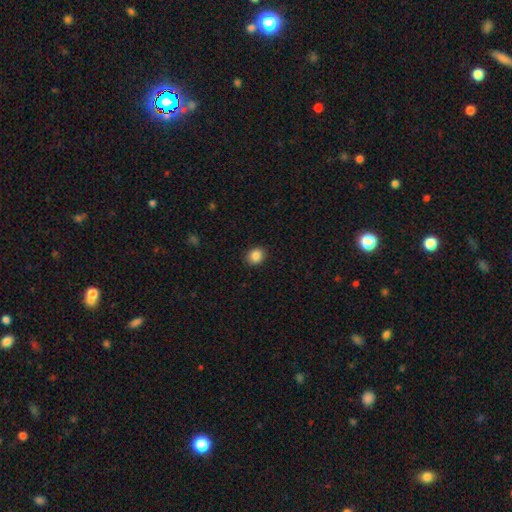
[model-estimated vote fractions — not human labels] The model was most divided on "how rounded": round: 71%, in between: 28%, cigar-shaped: 1%. More confident: merging — none (90%); smooth or featured — smooth (87%).